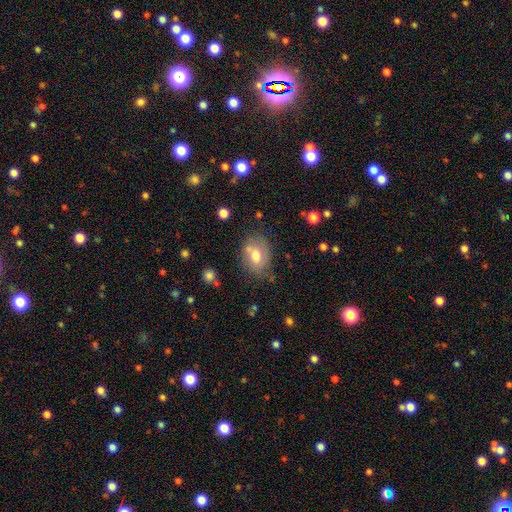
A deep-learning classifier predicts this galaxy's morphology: The model was most divided on "merging": none: 60%, minor disturbance: 25%, major disturbance: 8%, merger: 8%. More confident: how rounded — in between (71%); smooth or featured — smooth (67%).